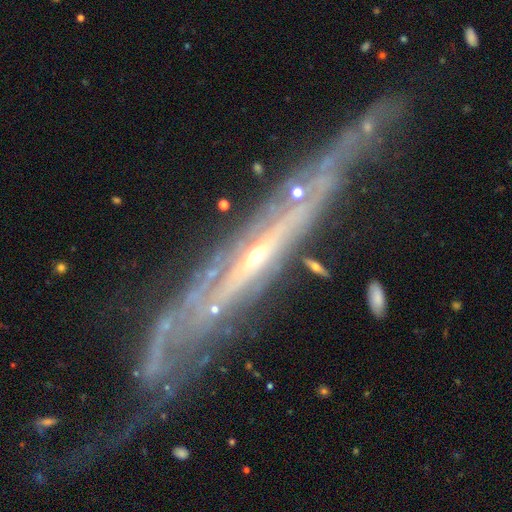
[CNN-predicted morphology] Q: Smooth or featured?
A: featured or disk (83%); runner-up: star or artifact (9%)
Q: Edge-on disk?
A: yes (66%); runner-up: no (34%)
Q: Edge-on bulge?
A: none (58%); runner-up: rounded (37%)
Q: Merging?
A: none (64%); runner-up: minor disturbance (22%)